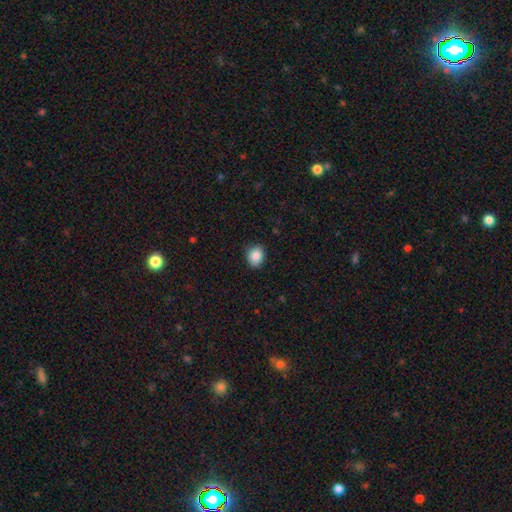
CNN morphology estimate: type=smooth (88%); roundness=round (58%); merging=none (85%).